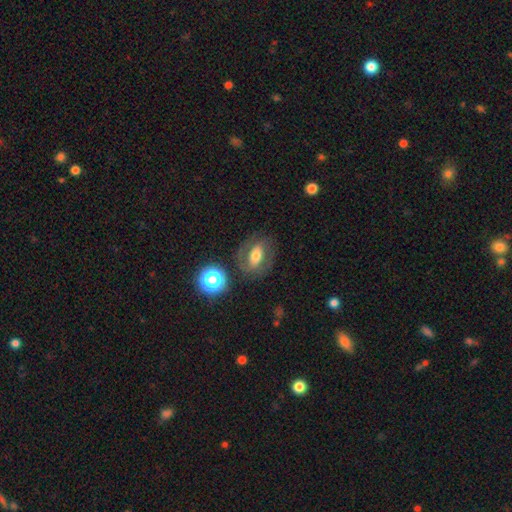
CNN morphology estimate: Smooth or featured?
  - featured or disk: 45% *
  - smooth: 44%
  - star or artifact: 12%
Merging?
  - none: 73% *
  - minor disturbance: 15%
  - major disturbance: 9%
  - merger: 3%